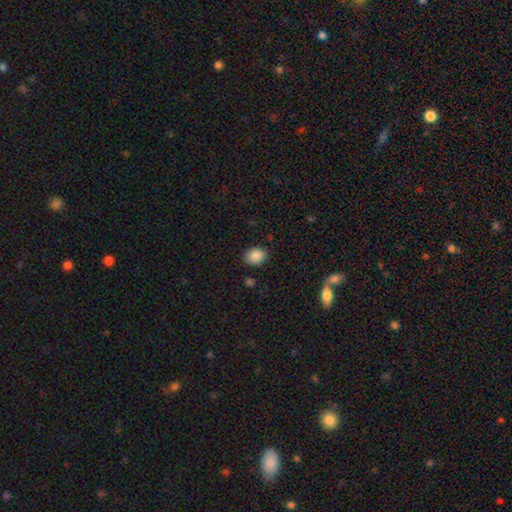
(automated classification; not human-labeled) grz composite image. It shows a smooth galaxy with no disk features (88%) that is in between round and cigar-shaped (60%). Merging: none (82%).